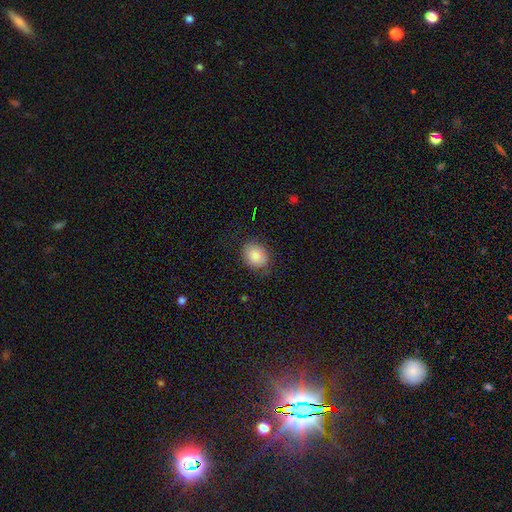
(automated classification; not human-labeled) This appears to be a smooth galaxy with no disk features (87%) that is in between round and cigar-shaped (51%). Merging: none (80%).